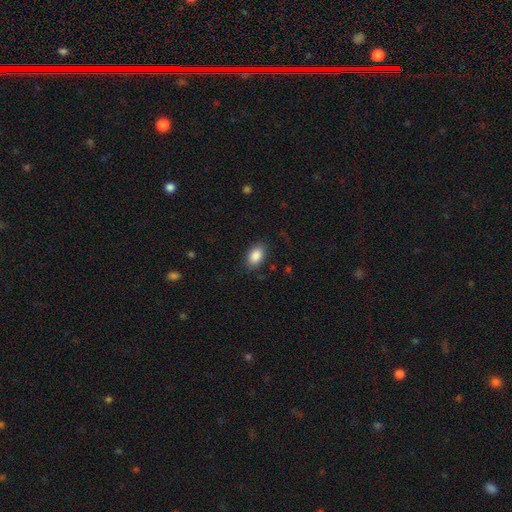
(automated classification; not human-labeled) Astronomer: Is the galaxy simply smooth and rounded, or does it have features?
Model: smooth — 88%.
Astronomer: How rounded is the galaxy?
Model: in between — 89%.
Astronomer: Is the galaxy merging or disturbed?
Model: none — 84%.